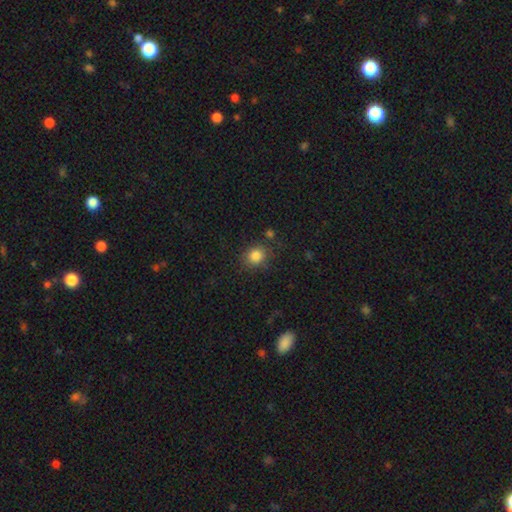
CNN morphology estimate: The model was most divided on "how rounded": round: 71%, in between: 28%, cigar-shaped: 1%. More confident: smooth or featured — smooth (83%); merging — none (79%).